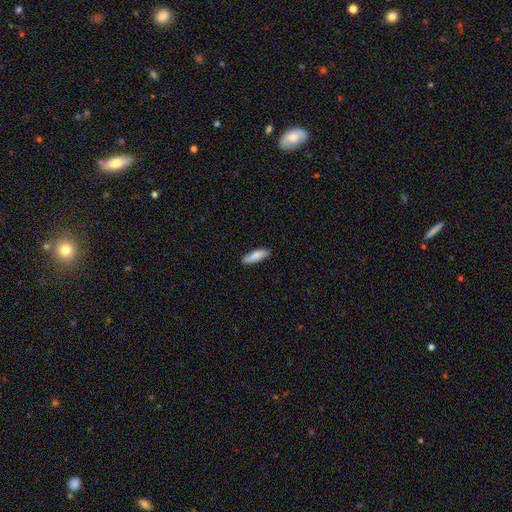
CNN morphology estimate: type=smooth (82%); roundness=cigar-shaped (52%); merging=none (85%).